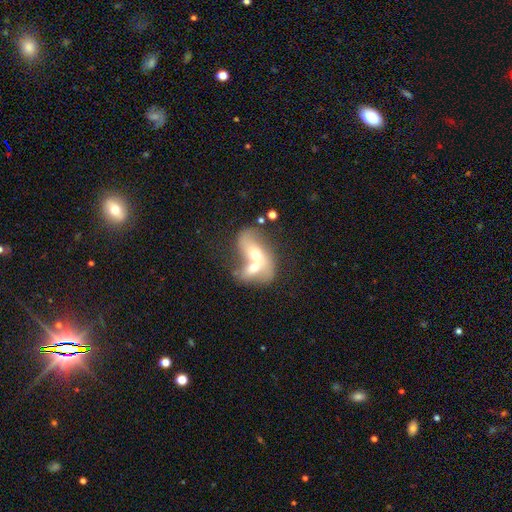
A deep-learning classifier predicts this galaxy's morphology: Smooth or featured?
  - featured or disk: 54% *
  - smooth: 38%
  - star or artifact: 7%
Edge-on disk?
  - no: 94% *
  - yes: 6%
Bar?
  - no: 72% *
  - weak: 20%
  - strong: 8%
Spiral arms?
  - no: 51% *
  - yes: 49%
Bulge size?
  - moderate: 63% *
  - small: 25%
  - large: 7%
  - none: 3%
  - dominant: 2%
Merging?
  - merger: 78% *
  - none: 11%
  - major disturbance: 6%
  - minor disturbance: 6%